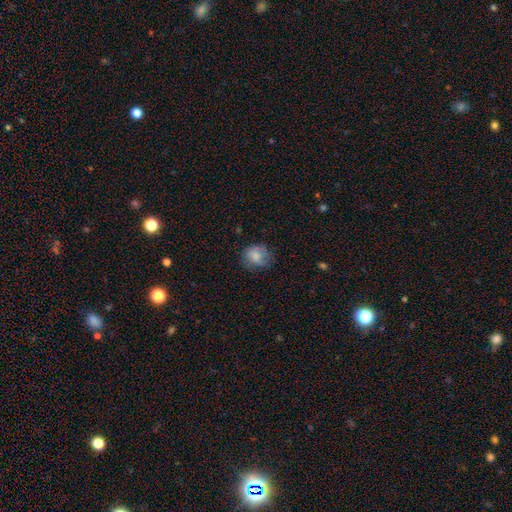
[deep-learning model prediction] smooth 73%, featured or disk 19%, star or artifact 8%. Down the decision tree: how rounded — round (66%); merging — none (66%).